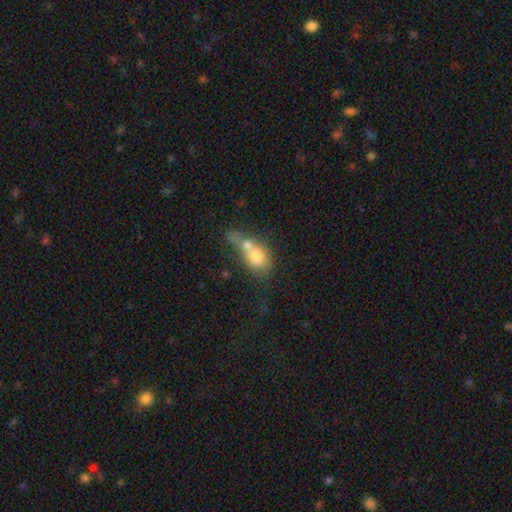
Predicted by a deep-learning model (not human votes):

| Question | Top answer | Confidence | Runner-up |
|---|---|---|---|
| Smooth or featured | smooth | 69% | featured or disk (22%) |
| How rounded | in between | 58% | round (36%) |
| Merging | merger | 67% | none (16%) |